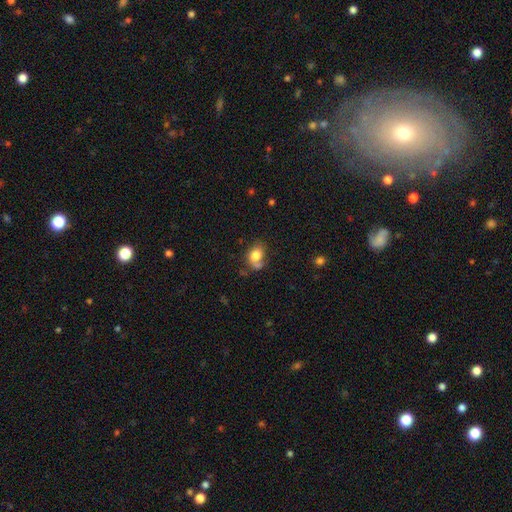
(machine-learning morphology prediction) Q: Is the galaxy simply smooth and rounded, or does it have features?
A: smooth — 76%.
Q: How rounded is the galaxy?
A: in between — 64%.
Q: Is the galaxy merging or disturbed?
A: none — 46%.